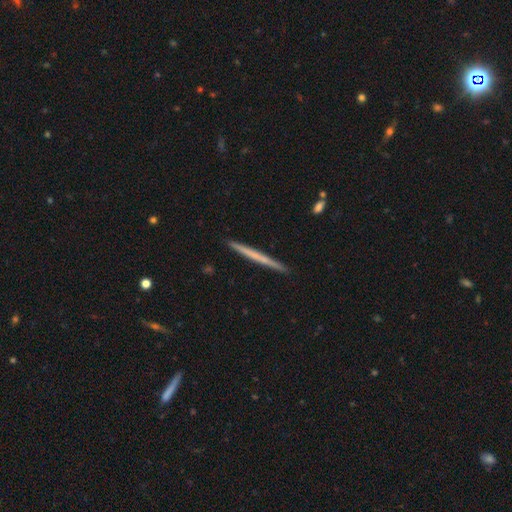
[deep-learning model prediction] smooth-or-featured: smooth: 50% | featured or disk: 45% | star or artifact: 5%
  how-rounded: cigar-shaped: 97% | in between: 1% | round: 1%
  merging: none: 92% | minor disturbance: 5% | merger: 1% | major disturbance: 1%